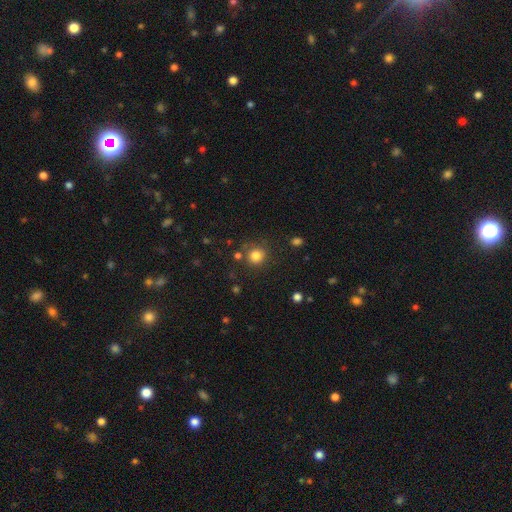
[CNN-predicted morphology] Smooth or featured?
  - smooth: 82% *
  - star or artifact: 12%
  - featured or disk: 6%
How rounded?
  - round: 89% *
  - in between: 10%
  - cigar-shaped: 1%
Merging?
  - none: 78% *
  - minor disturbance: 11%
  - merger: 6%
  - major disturbance: 4%